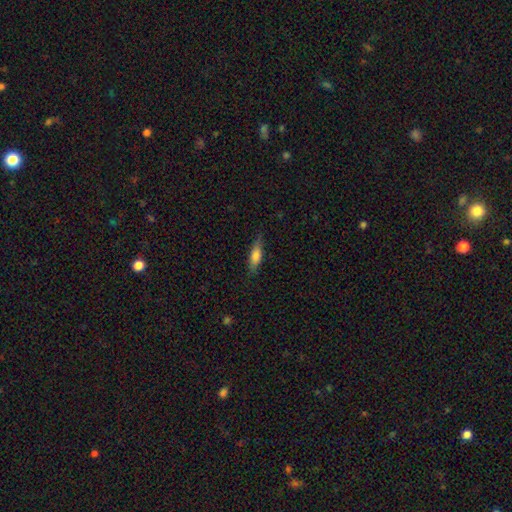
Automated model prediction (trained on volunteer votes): smooth-or-featured: smooth: 72% | featured or disk: 21% | star or artifact: 7%
  how-rounded: cigar-shaped: 49% | in between: 48% | round: 2%
  merging: none: 77% | minor disturbance: 18% | major disturbance: 4% | merger: 1%